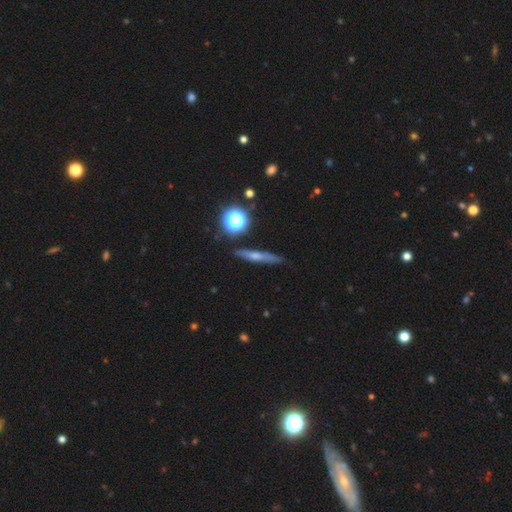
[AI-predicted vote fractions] Overall: featured or disk (51%; smooth 33%). Edge-on disk: yes (91%). Merging: none (86%).